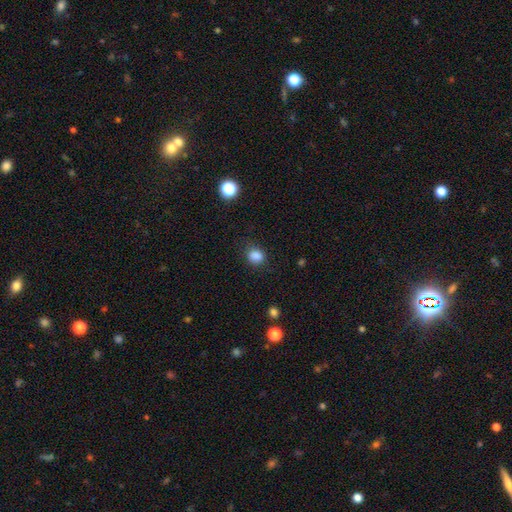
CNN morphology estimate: smooth_or_featured: smooth (p=0.85) [alt: star or artifact p=0.11]
how_rounded: round (p=0.61) [alt: in between p=0.38]
merging: none (p=0.75) [alt: minor disturbance p=0.18]